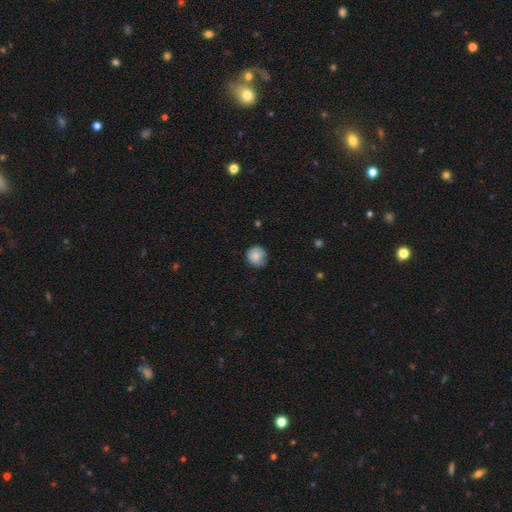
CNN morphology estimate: Smooth or featured?
  - smooth: 82% *
  - featured or disk: 10%
  - star or artifact: 8%
How rounded?
  - round: 90% *
  - in between: 9%
  - cigar-shaped: 1%
Merging?
  - none: 72% *
  - minor disturbance: 23%
  - major disturbance: 4%
  - merger: 1%